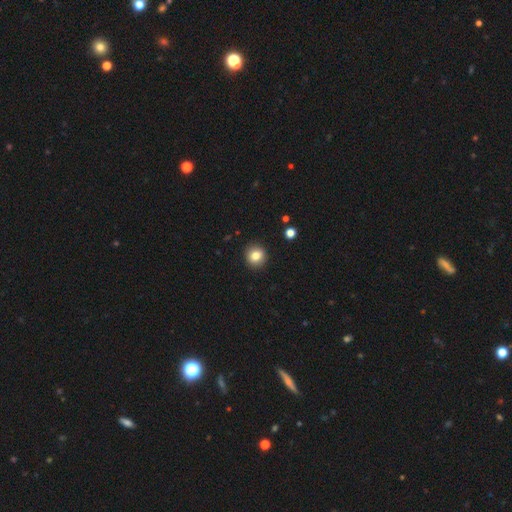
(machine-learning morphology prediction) The model was most divided on "smooth or featured": smooth: 82%, star or artifact: 10%, featured or disk: 8%. More confident: merging — none (92%); how rounded — round (89%).